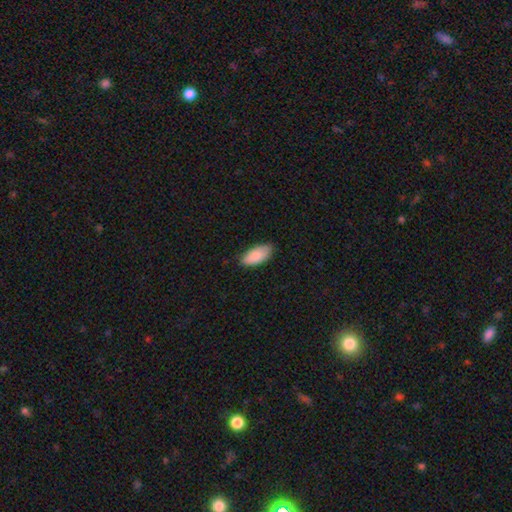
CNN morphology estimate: This is clearly a smooth galaxy (86%). How rounded: clearly in between (92%). Merging: clearly none (81%).